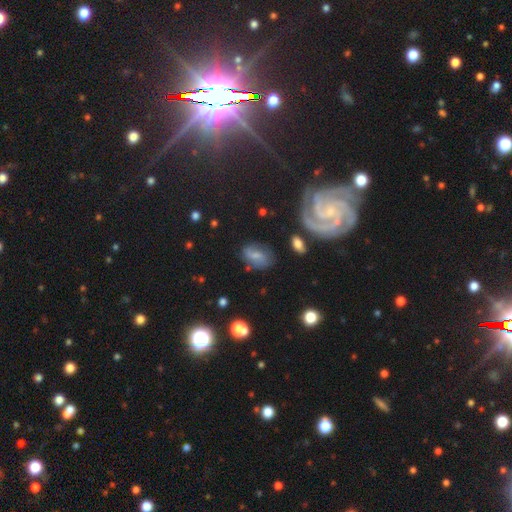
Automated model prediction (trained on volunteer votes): Q: Smooth or featured?
A: smooth (50%); runner-up: featured or disk (38%)
Q: Merging?
A: none (64%); runner-up: minor disturbance (23%)